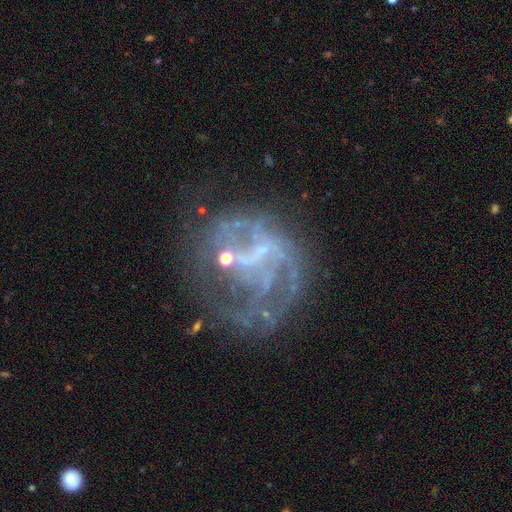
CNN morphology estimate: A featured or disk galaxy (77%) with no bar (53%), spiral arms (64%) and no central bulge (48%). Merging: none (44%).